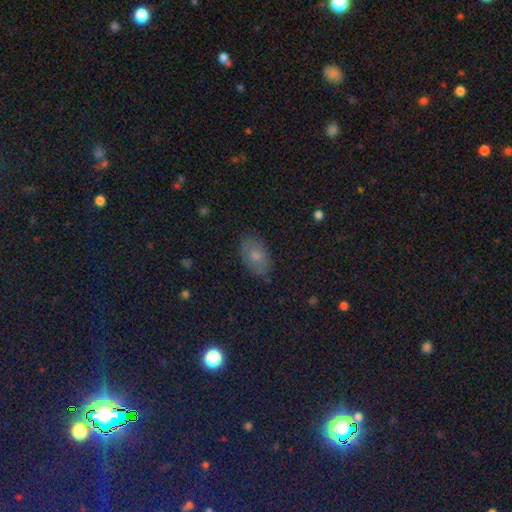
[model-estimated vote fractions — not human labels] A smooth galaxy with no disk features (71%) that is in between round and cigar-shaped (88%). Merging: none (82%).